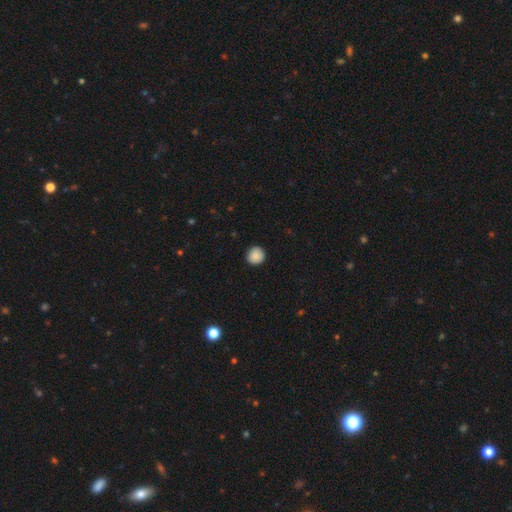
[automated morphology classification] Overall: smooth (89%). How rounded: round (93%). Merging: none (91%).